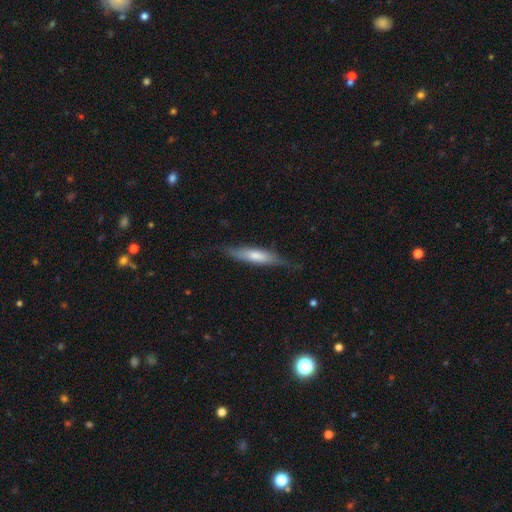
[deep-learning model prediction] Overall: smooth (60%; featured or disk 35%). How rounded: cigar-shaped (74%). Merging: none (70%).